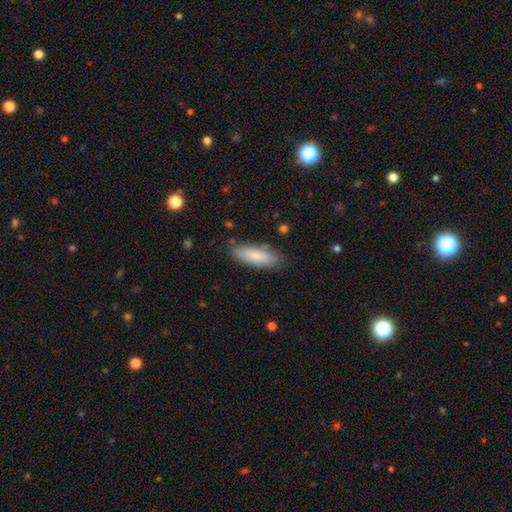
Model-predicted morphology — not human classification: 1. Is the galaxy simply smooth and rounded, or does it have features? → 83% smooth, 11% featured or disk, 6% star or artifact.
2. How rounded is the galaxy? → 60% in between, 39% cigar-shaped, 2% round.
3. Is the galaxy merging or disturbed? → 79% none, 15% minor disturbance, 3% major disturbance, 2% merger.